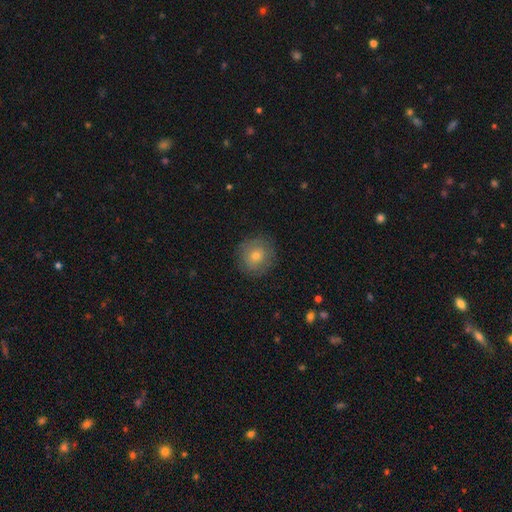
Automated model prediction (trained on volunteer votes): Smooth or featured? smooth (74%)
How rounded? round (91%)
Merging? none (85%)